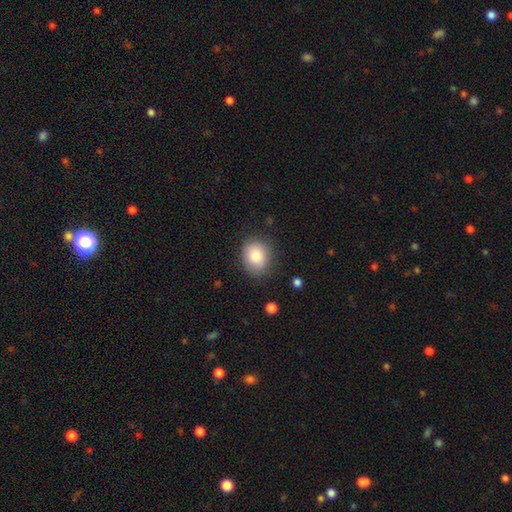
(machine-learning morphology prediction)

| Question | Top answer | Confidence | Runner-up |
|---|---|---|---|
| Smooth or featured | smooth | 84% | featured or disk (8%) |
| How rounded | round | 51% | in between (48%) |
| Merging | none | 80% | minor disturbance (15%) |